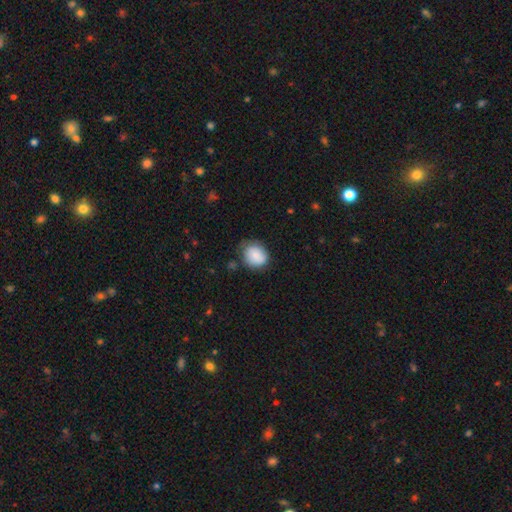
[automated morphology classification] smooth 79%, featured or disk 13%, star or artifact 8%. Down the decision tree: how rounded — round (75%); merging — none (67%).